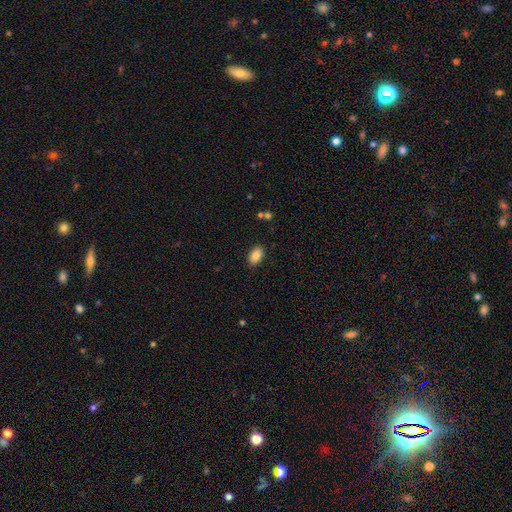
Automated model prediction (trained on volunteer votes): Smooth or featured?
  - smooth: 86% *
  - star or artifact: 8%
  - featured or disk: 6%
How rounded?
  - in between: 91% *
  - round: 8%
  - cigar-shaped: 1%
Merging?
  - none: 87% *
  - minor disturbance: 10%
  - major disturbance: 2%
  - merger: 1%